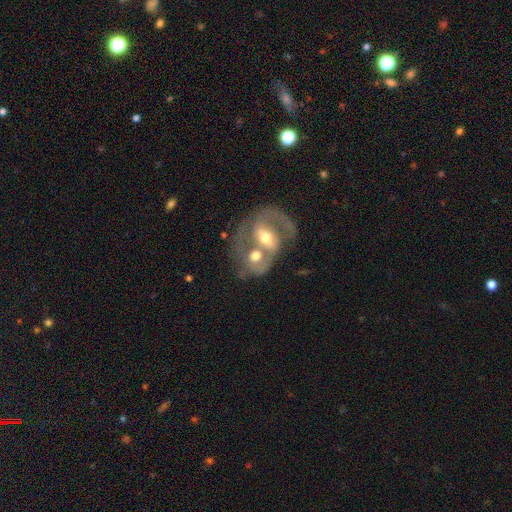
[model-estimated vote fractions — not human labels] This appears to be a featured or disk galaxy (67%) with no bar (40%), spiral arms (62%) and a moderate central bulge (72%). Merging: merger (60%).